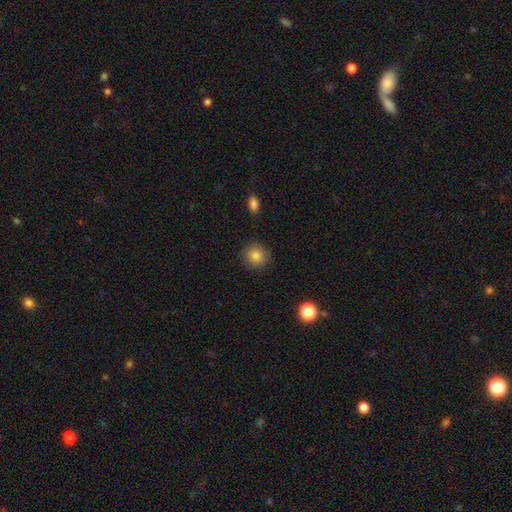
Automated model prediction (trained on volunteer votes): Smooth or featured? Predicted: smooth (p=0.85). How rounded? Predicted: round (p=0.88). Merging? Predicted: none (p=0.87).